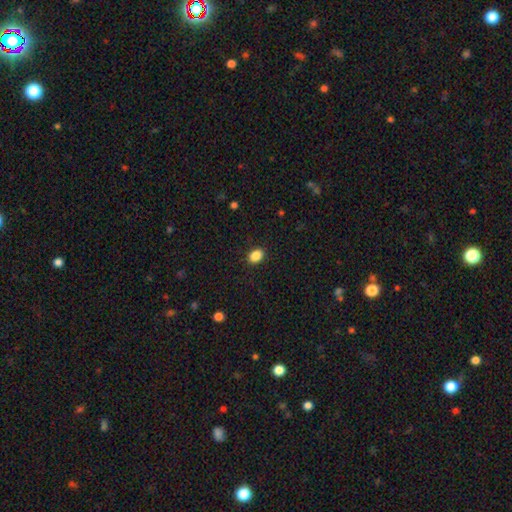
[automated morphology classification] Smooth or featured? Predicted: smooth (p=0.88). How rounded? Predicted: in between (p=0.67). Merging? Predicted: none (p=0.90).